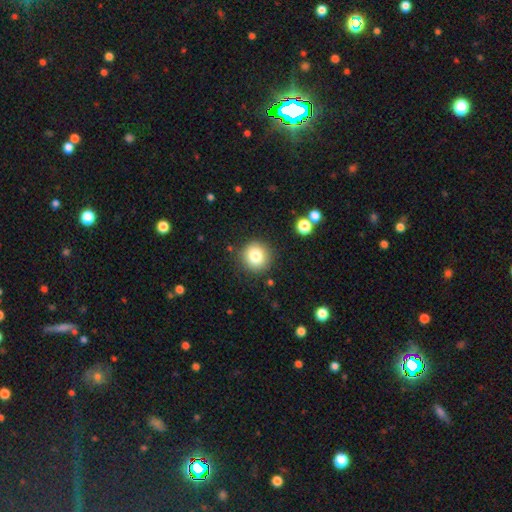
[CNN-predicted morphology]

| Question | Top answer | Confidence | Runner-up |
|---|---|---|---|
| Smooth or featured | smooth | 80% | star or artifact (11%) |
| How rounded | round | 94% | in between (5%) |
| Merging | none | 88% | minor disturbance (7%) |